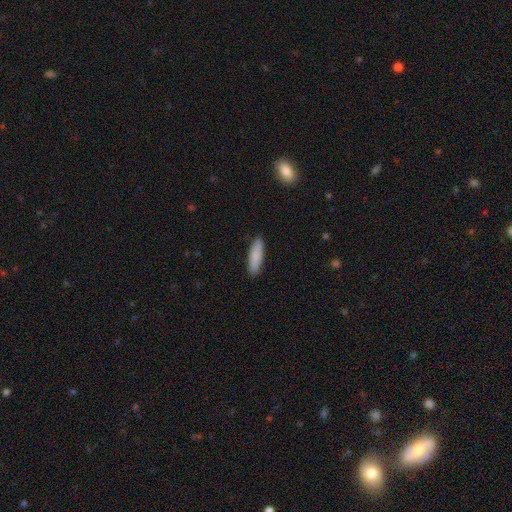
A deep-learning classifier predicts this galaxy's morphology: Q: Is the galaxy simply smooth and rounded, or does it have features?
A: smooth — 87%.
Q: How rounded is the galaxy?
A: cigar-shaped — 62%.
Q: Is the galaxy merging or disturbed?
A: none — 90%.